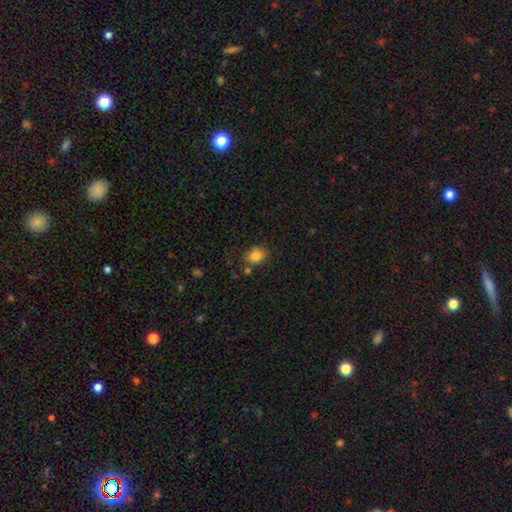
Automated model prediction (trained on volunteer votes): smooth-or-featured: smooth: 84% | star or artifact: 10% | featured or disk: 6%
  how-rounded: in between: 57% | round: 42% | cigar-shaped: 1%
  merging: none: 76% | minor disturbance: 14% | merger: 6% | major disturbance: 4%